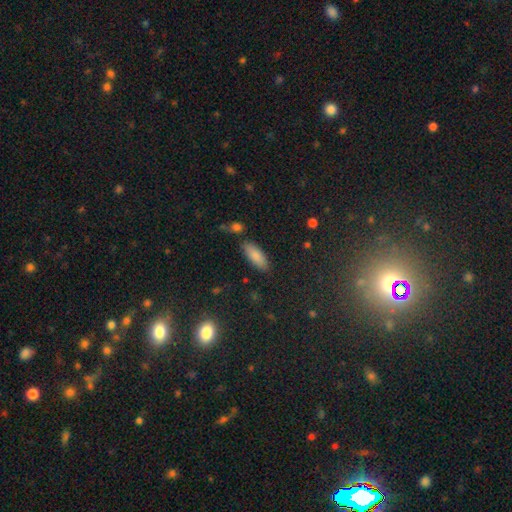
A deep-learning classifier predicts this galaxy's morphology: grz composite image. It shows a smooth galaxy with no disk features (85%) that is in between round and cigar-shaped (74%). Merging: none (81%).